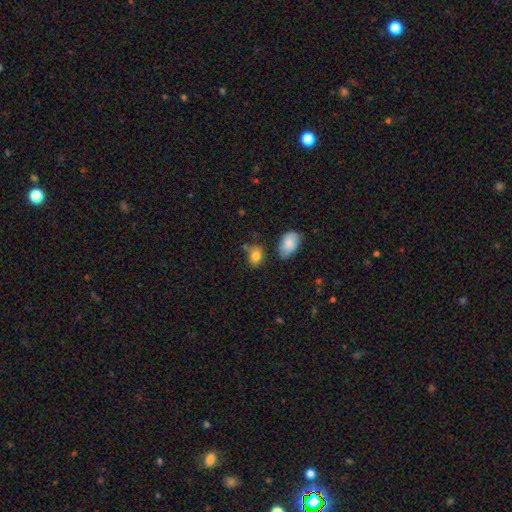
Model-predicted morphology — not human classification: Q: Smooth or featured?
A: smooth (83%); runner-up: star or artifact (9%)
Q: How rounded?
A: in between (71%); runner-up: round (28%)
Q: Merging?
A: none (60%); runner-up: minor disturbance (24%)